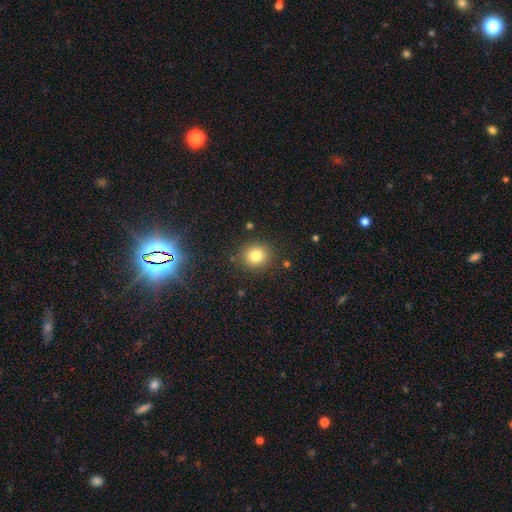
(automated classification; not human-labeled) Smooth or featured? smooth (80%)
How rounded? round (88%)
Merging? none (88%)